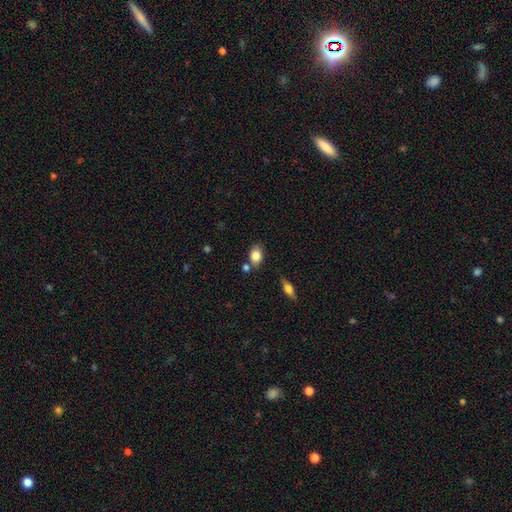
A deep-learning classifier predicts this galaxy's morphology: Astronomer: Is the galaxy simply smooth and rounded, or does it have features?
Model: smooth — 81%.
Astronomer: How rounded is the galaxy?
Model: in between — 79%.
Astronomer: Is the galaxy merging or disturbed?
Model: none — 74%.